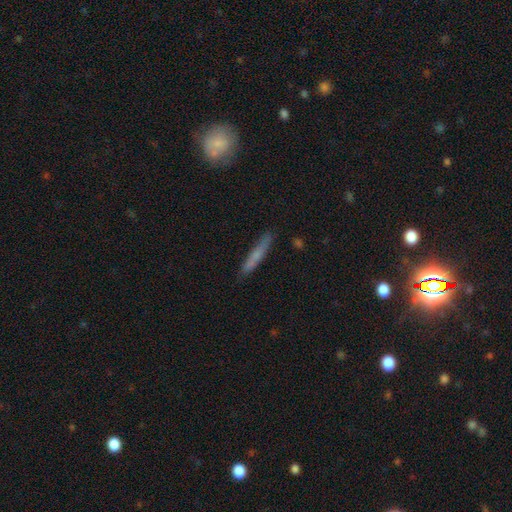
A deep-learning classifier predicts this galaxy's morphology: Smooth or featured?
  - smooth: 62% *
  - featured or disk: 30%
  - star or artifact: 7%
How rounded?
  - cigar-shaped: 94% *
  - in between: 4%
  - round: 2%
Merging?
  - none: 85% *
  - minor disturbance: 11%
  - major disturbance: 2%
  - merger: 2%